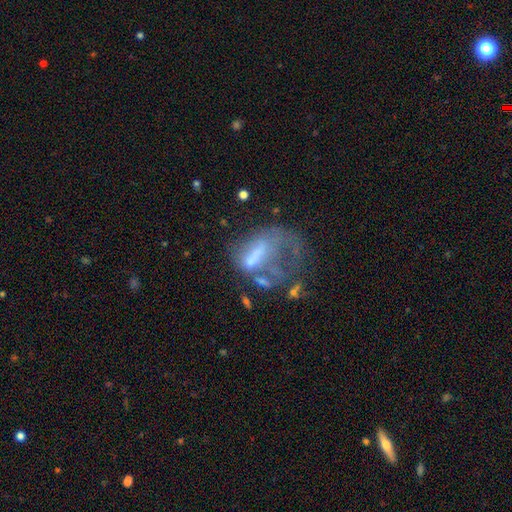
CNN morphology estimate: The model was most divided on "smooth or featured": featured or disk: 50%, smooth: 34%, star or artifact: 16%. Remaining: edge-on disk — no (95%); merging — major disturbance (49%).